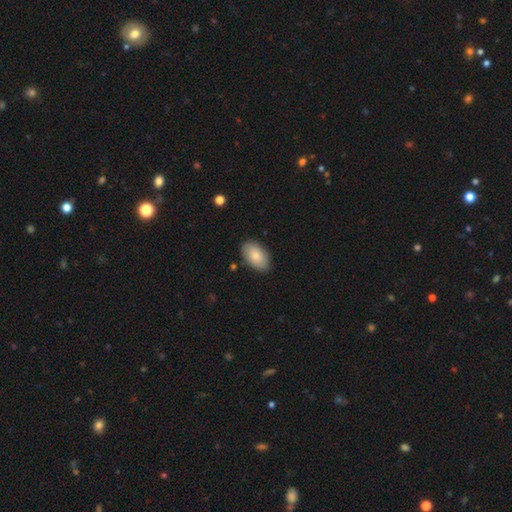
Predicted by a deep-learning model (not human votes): The model was most divided on "smooth or featured": smooth: 83%, featured or disk: 12%, star or artifact: 6%. More confident: how rounded — in between (94%); merging — none (86%).